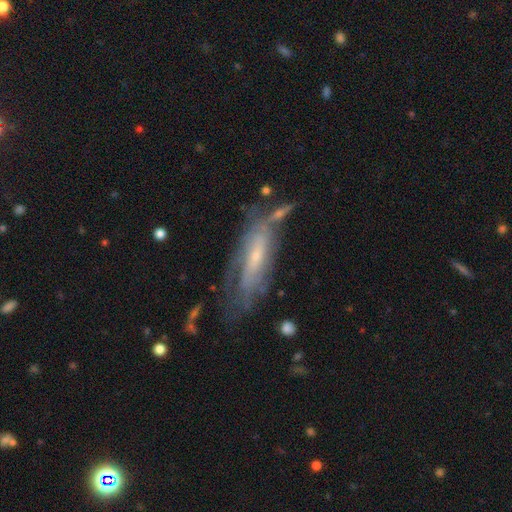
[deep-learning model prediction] Overall: featured or disk (67%). Edge-on disk: no (68%; yes 32%). Merging: none (48%; minor disturbance 26%).